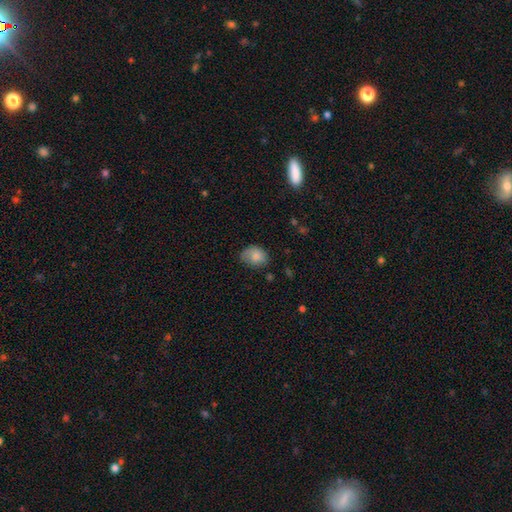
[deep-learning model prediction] Q: Smooth or featured?
A: smooth (78%); runner-up: featured or disk (13%)
Q: How rounded?
A: in between (63%); runner-up: round (36%)
Q: Merging?
A: none (62%); runner-up: minor disturbance (28%)